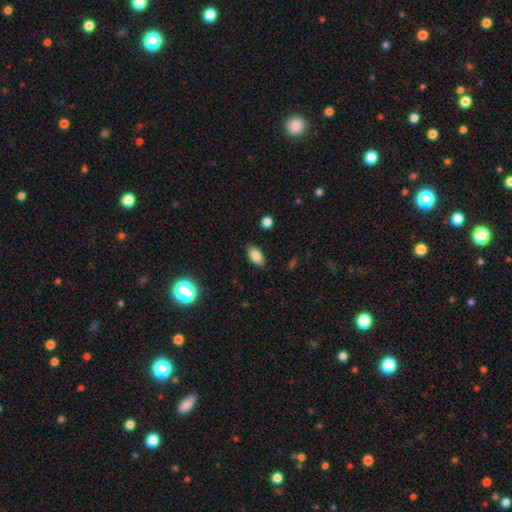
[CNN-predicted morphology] Overall: smooth (84%). How rounded: in between (91%). Merging: none (86%).